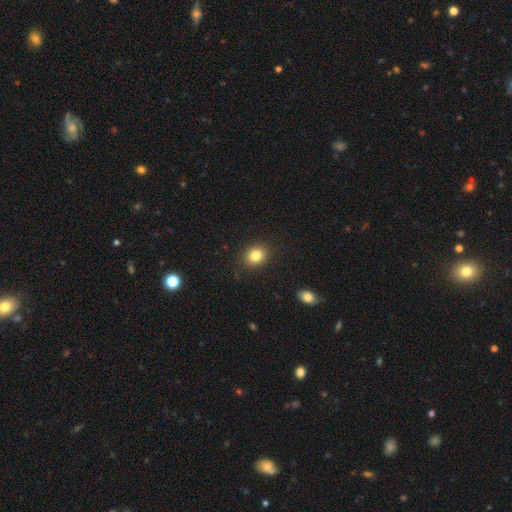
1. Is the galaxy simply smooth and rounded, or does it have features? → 82% smooth, 10% star or artifact, 8% featured or disk.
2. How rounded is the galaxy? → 62% round, 38% in between, 0% cigar-shaped.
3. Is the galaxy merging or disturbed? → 97% none, 3% minor disturbance, 0% major disturbance, 0% merger.